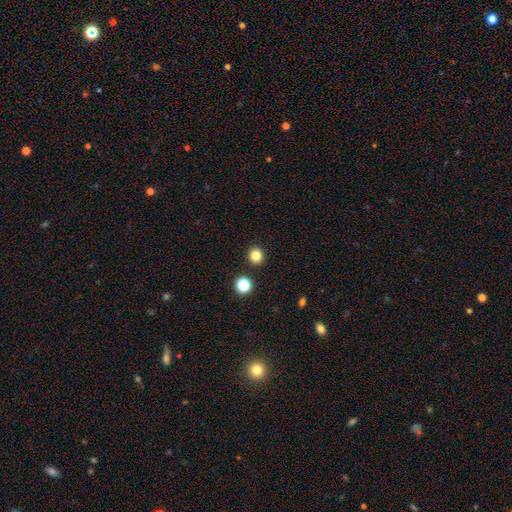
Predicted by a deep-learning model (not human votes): Smooth or featured? Predicted: smooth (p=0.83). How rounded? Predicted: round (p=0.90). Merging? Predicted: none (p=0.92).